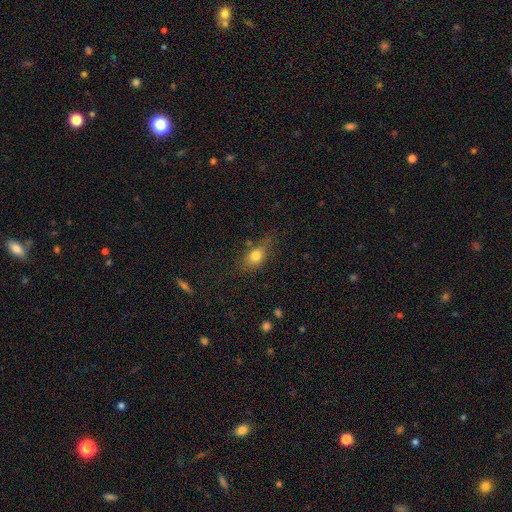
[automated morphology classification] Q: Smooth or featured?
A: smooth (76%); runner-up: featured or disk (13%)
Q: How rounded?
A: in between (68%); runner-up: round (25%)
Q: Merging?
A: none (57%); runner-up: minor disturbance (28%)